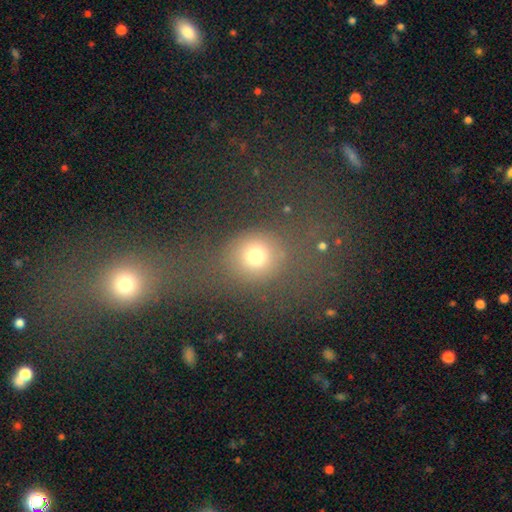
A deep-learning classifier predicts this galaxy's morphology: This appears to be a smooth galaxy with no disk features (74%) that is round (73%). Merging: none (55%).